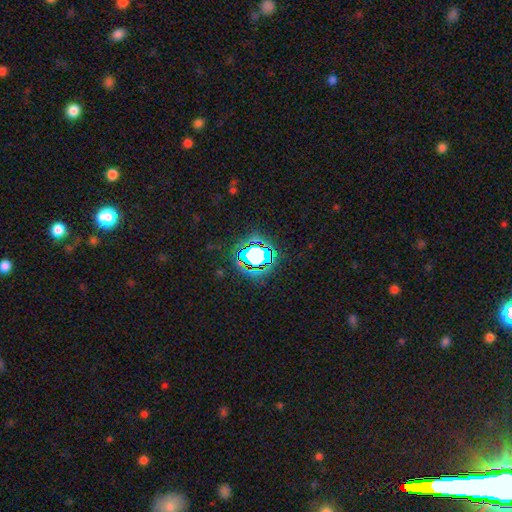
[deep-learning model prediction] Q: Smooth or featured?
A: star or artifact (63%); runner-up: smooth (24%)